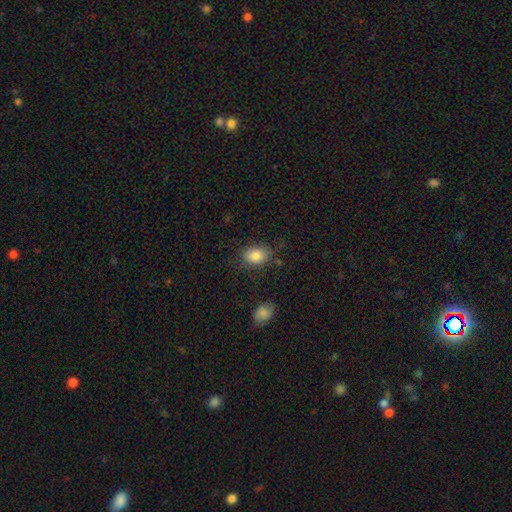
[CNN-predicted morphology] type=smooth (85%); roundness=in between (80%); merging=none (75%).